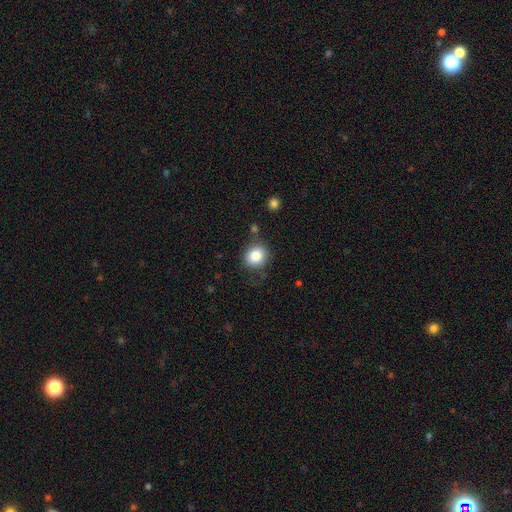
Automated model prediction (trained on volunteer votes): smooth-or-featured: smooth: 82% | star or artifact: 10% | featured or disk: 8%
  how-rounded: round: 79% | in between: 20% | cigar-shaped: 1%
  merging: none: 75% | minor disturbance: 15% | major disturbance: 6% | merger: 4%